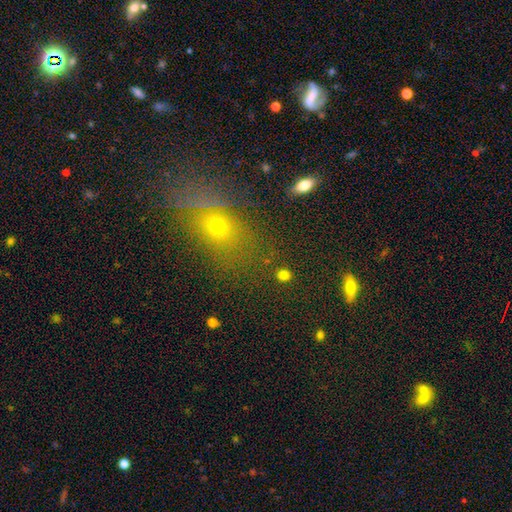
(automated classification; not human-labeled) Smooth or featured?
  - smooth: 49% *
  - star or artifact: 32%
  - featured or disk: 20%
Merging?
  - none: 73% *
  - minor disturbance: 15%
  - major disturbance: 7%
  - merger: 5%